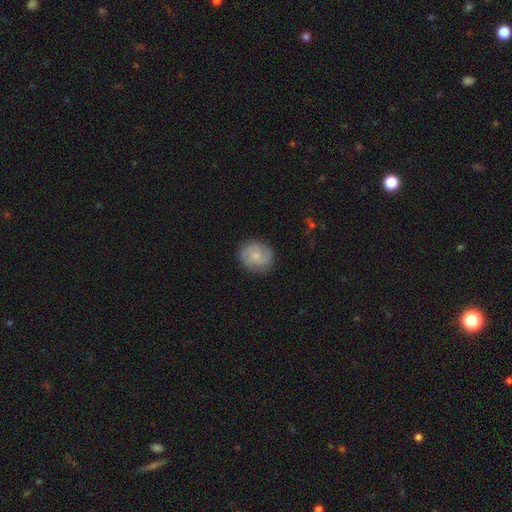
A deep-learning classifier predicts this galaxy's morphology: This appears to be a featured or disk galaxy (58%) with no bar (62%), 2 (75%) tight (48%) spiral arms (92%) and a small central bulge (52%). Merging: none (85%).